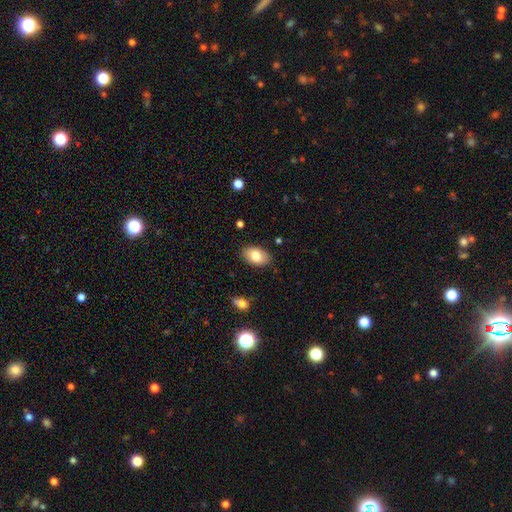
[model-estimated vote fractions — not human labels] Smooth or featured?
  - smooth: 82% *
  - featured or disk: 11%
  - star or artifact: 7%
How rounded?
  - in between: 91% *
  - round: 8%
  - cigar-shaped: 1%
Merging?
  - none: 85% *
  - minor disturbance: 11%
  - major disturbance: 2%
  - merger: 1%